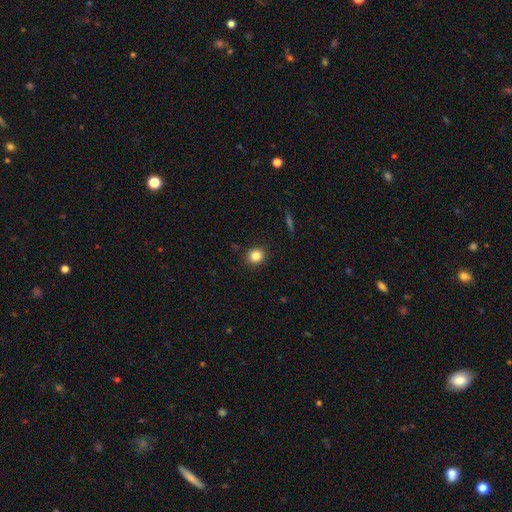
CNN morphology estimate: A smooth galaxy with no disk features (84%) that is round (88%).

Vote fractions:
- Smooth or featured? smooth: 84% / star or artifact: 11% / featured or disk: 5%
- How rounded? round: 88% / in between: 11% / cigar-shaped: 1%
- Merging? none: 90% / minor disturbance: 7% / major disturbance: 2% / merger: 1%